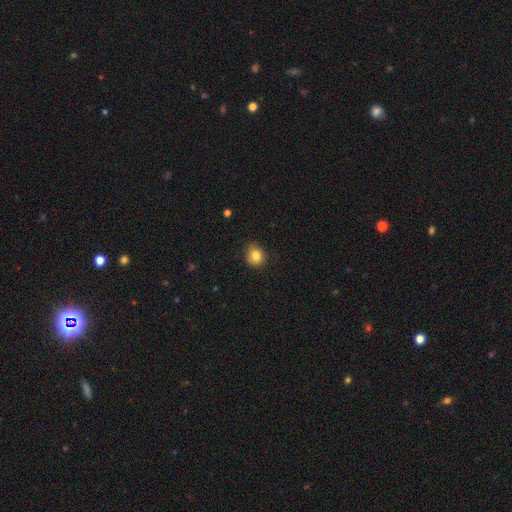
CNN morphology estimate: Smooth or featured: smooth — 82% (star or artifact — 10%)
How rounded: round — 70% (in between — 29%)
Merging: none — 80% (minor disturbance — 16%)